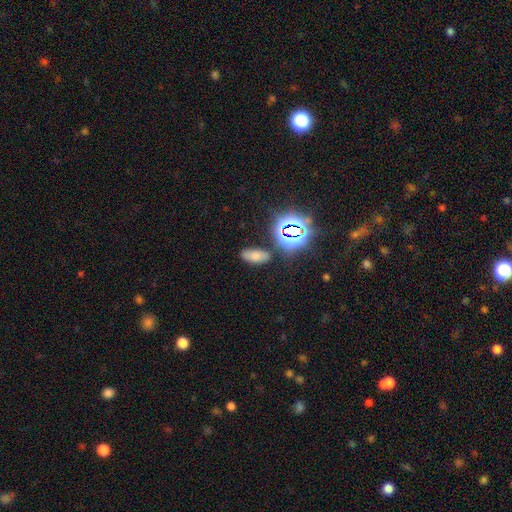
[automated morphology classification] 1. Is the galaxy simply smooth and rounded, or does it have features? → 63% smooth, 25% star or artifact, 11% featured or disk.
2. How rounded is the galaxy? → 86% in between, 8% cigar-shaped, 6% round.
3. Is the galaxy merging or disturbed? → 78% none, 13% minor disturbance, 5% merger, 4% major disturbance.